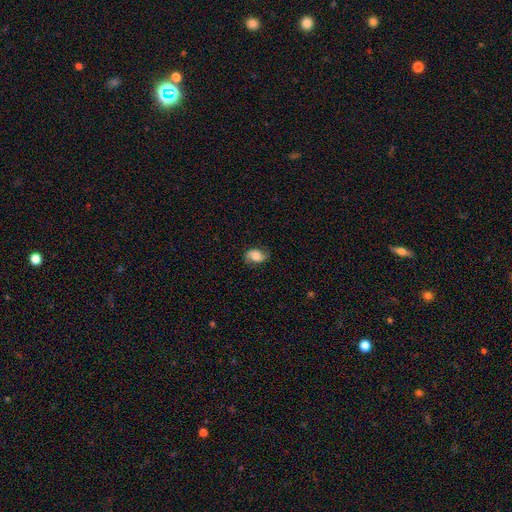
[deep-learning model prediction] This is likely a smooth galaxy (64%). How rounded: clearly in between (81%). Merging: likely none (74%).